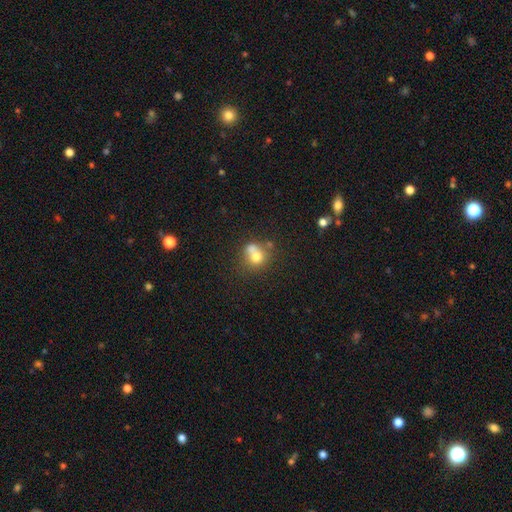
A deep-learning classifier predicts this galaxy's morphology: Smooth or featured? smooth (70%)
How rounded? round (78%)
Merging? merger (45%)